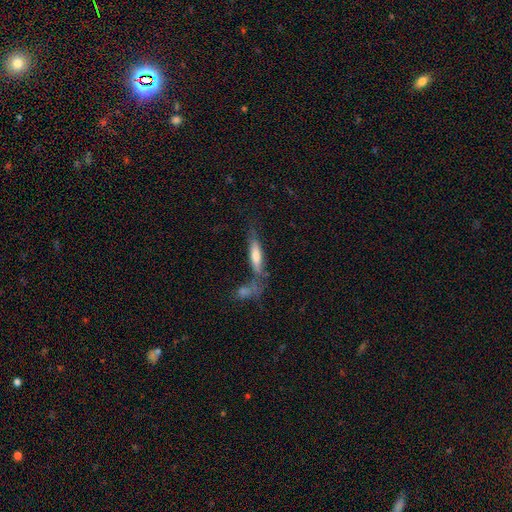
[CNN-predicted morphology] Smooth or featured? Predicted: smooth (p=0.55). How rounded? Predicted: cigar-shaped (p=0.74). Merging? Predicted: none (p=0.51).